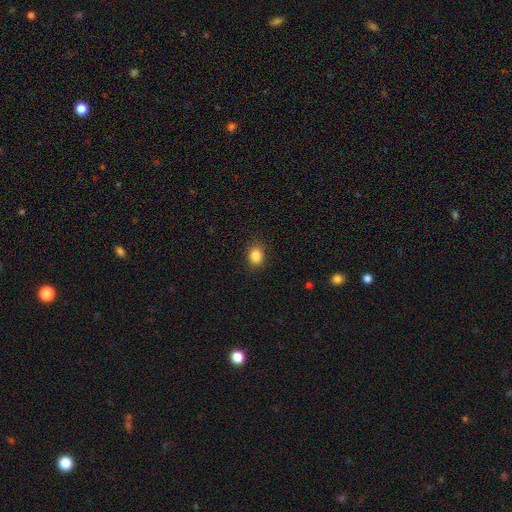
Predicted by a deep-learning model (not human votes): Smooth or featured?
  - smooth: 86% *
  - star or artifact: 10%
  - featured or disk: 5%
How rounded?
  - in between: 60% *
  - round: 39%
  - cigar-shaped: 1%
Merging?
  - none: 87% *
  - minor disturbance: 10%
  - major disturbance: 3%
  - merger: 1%